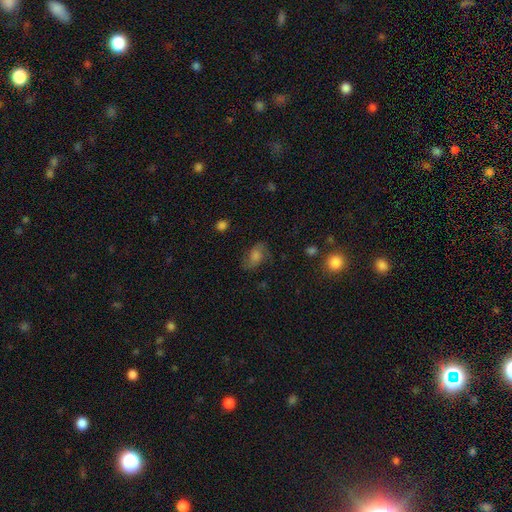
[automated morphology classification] Smooth or featured?
  - featured or disk: 46% *
  - smooth: 38%
  - star or artifact: 16%
Merging?
  - none: 71% *
  - minor disturbance: 19%
  - major disturbance: 9%
  - merger: 2%